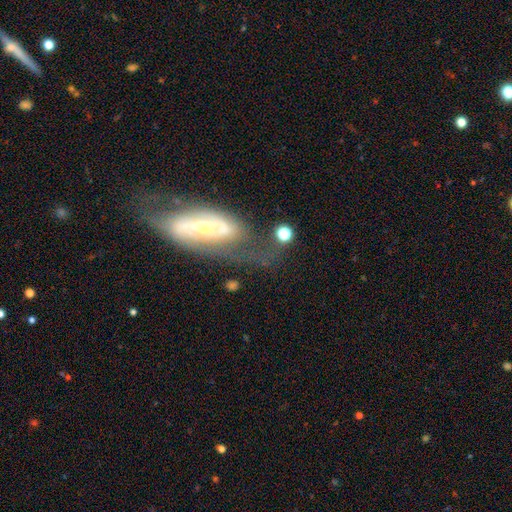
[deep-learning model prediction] smooth-or-featured: featured or disk: 74% | smooth: 18% | star or artifact: 8%
  disk-edge-on: no: 84% | yes: 16%
    bar: strong: 41% | weak: 30% | no: 29%
    has-spiral-arms: yes: 70% | no: 30%
    bulge-size: small: 59% | moderate: 31% | large: 5% | none: 3% | dominant: 2%
  merging: none: 55% | major disturbance: 18% | minor disturbance: 18% | merger: 8%